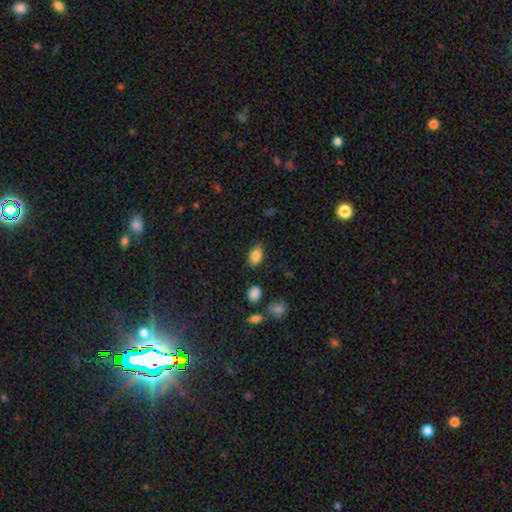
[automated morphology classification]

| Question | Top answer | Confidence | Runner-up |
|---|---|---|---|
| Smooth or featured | smooth | 84% | star or artifact (9%) |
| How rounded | in between | 89% | round (9%) |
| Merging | none | 80% | minor disturbance (15%) |